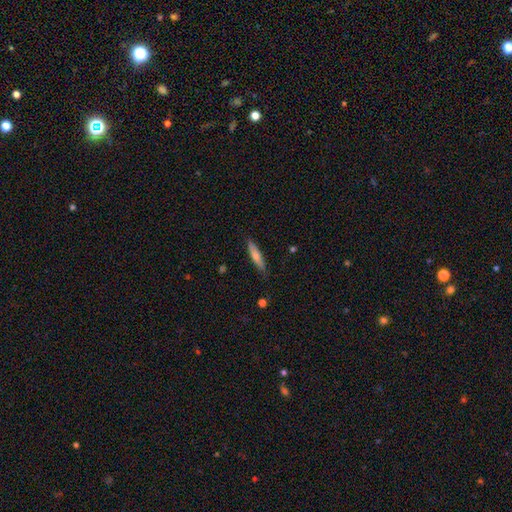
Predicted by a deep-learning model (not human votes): Morphology: type=smooth (58%); roundness=cigar-shaped (80%); merging=none (85%).